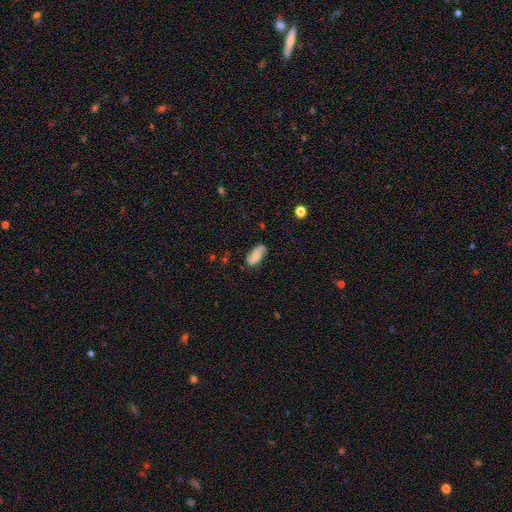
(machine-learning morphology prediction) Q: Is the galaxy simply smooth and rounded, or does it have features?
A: featured or disk — 49%.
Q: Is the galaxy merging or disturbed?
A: none — 76%.